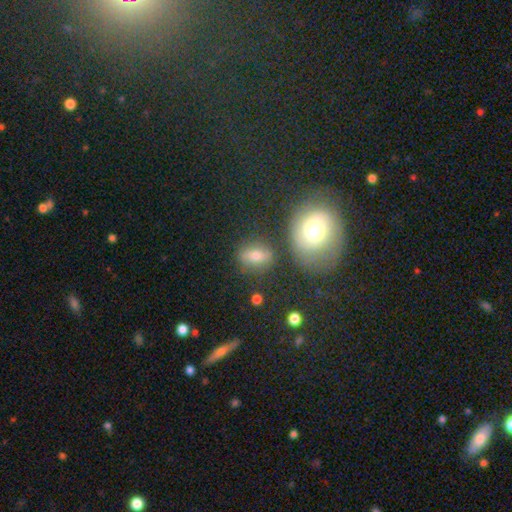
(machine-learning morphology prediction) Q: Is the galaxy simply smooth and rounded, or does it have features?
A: smooth — 65%.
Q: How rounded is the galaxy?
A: in between — 59%.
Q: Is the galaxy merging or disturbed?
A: none — 73%.